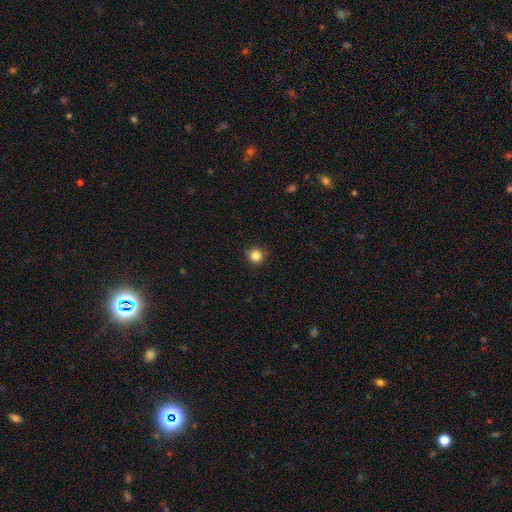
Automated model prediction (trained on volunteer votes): This appears to be a smooth galaxy with no disk features (84%) that is round (95%). Merging: none (91%).